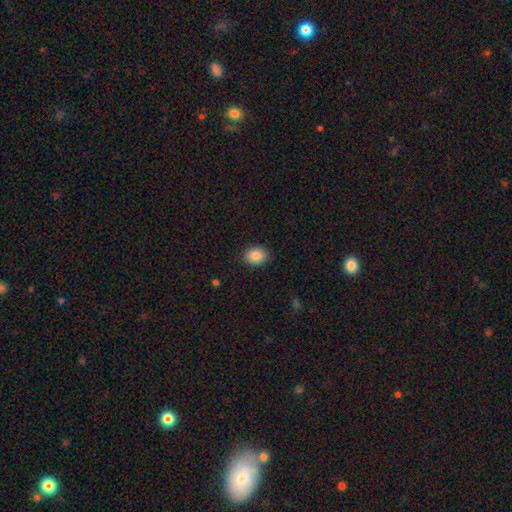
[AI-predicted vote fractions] smooth 86%, star or artifact 9%, featured or disk 5%. Down the decision tree: how rounded — round (56%); merging — none (90%).